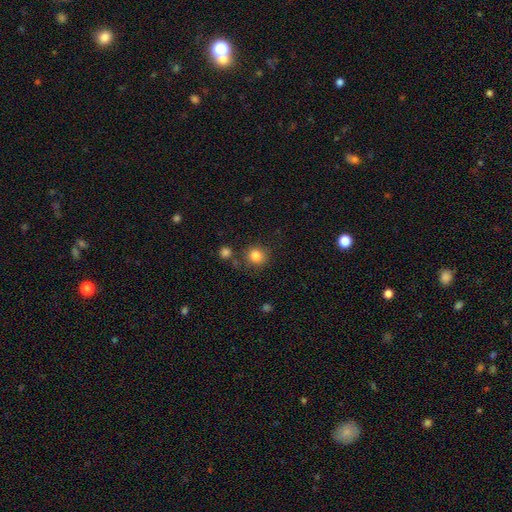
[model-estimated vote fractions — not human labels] Smooth or featured? Predicted: smooth (p=0.83). How rounded? Predicted: round (p=0.87). Merging? Predicted: none (p=0.79).